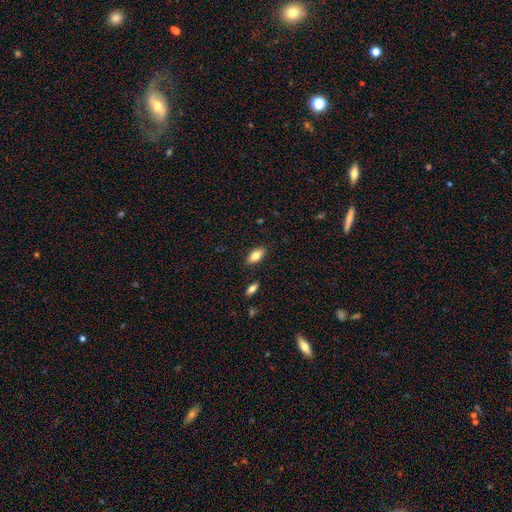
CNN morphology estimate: smooth-or-featured: smooth: 80% | featured or disk: 13% | star or artifact: 7%
  how-rounded: in between: 90% | cigar-shaped: 7% | round: 3%
  merging: none: 87% | minor disturbance: 9% | merger: 2% | major disturbance: 2%